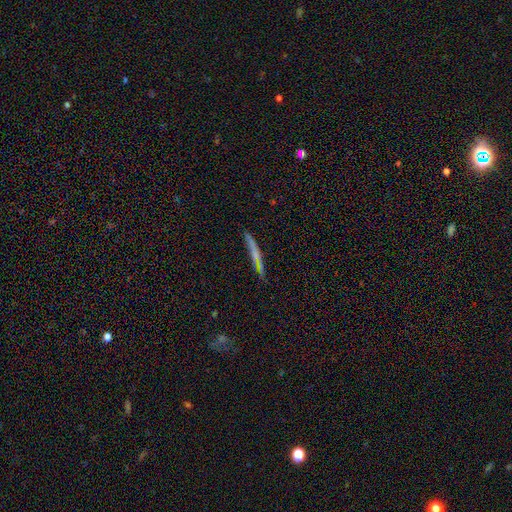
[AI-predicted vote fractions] A featured or disk galaxy (46%).

Vote fractions:
- Smooth or featured? featured or disk: 46% / smooth: 42% / star or artifact: 12%
- Merging? none: 83% / minor disturbance: 11% / major disturbance: 3% / merger: 2%